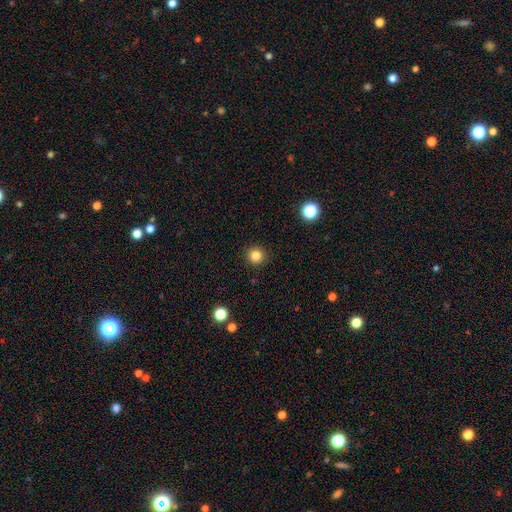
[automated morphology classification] Q: Smooth or featured?
A: smooth (83%); runner-up: star or artifact (12%)
Q: How rounded?
A: round (94%); runner-up: in between (5%)
Q: Merging?
A: none (92%); runner-up: minor disturbance (5%)